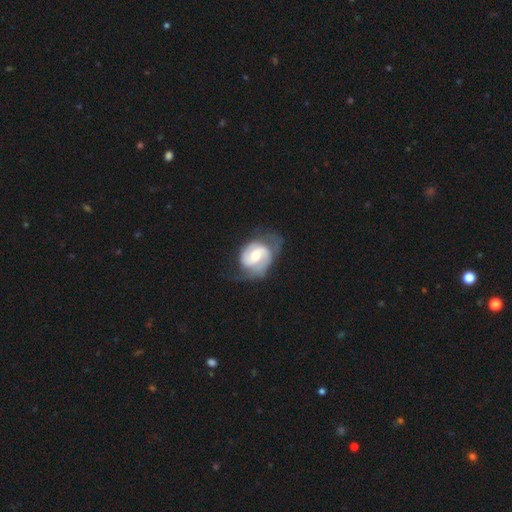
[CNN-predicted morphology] smooth_or_featured: featured or disk (p=0.80) [alt: smooth p=0.15]
disk_edge_on: no (p=0.97) [alt: yes p=0.03]
bar: weak (p=0.47) [alt: no p=0.38]
has_spiral_arms: yes (p=0.93) [alt: no p=0.07]
spiral_winding: medium (p=0.45) [alt: tight p=0.36]
spiral_arm_count: 2 (p=0.79) [alt: can't tell p=0.10]
bulge_size: moderate (p=0.62) [alt: small p=0.28]
merging: none (p=0.55) [alt: minor disturbance p=0.25]